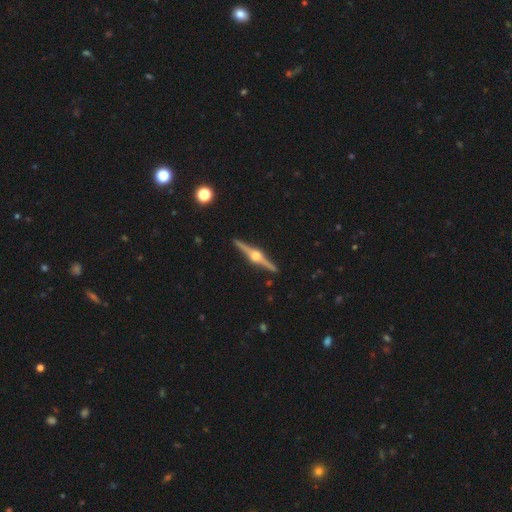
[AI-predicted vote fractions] A featured or disk galaxy (90%) viewed edge-on (99%) with a rounded central bulge (96%).

Vote fractions:
- Smooth or featured? featured or disk: 90% / smooth: 6% / star or artifact: 4%
- Edge-on disk? yes: 99% / no: 1%
- Edge-on bulge? rounded: 96% / boxy: 3% / none: 1%
- Merging? none: 92% / minor disturbance: 5% / major disturbance: 1% / merger: 1%